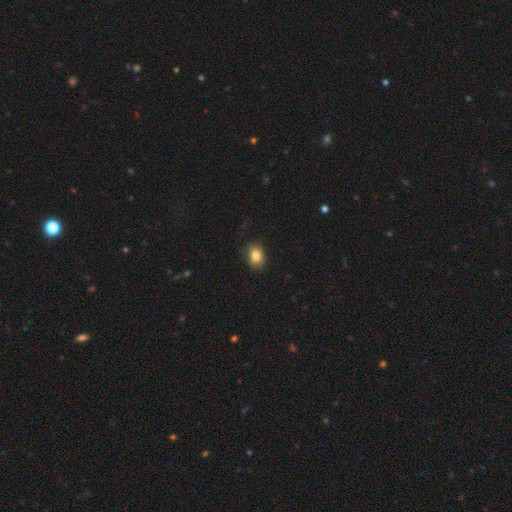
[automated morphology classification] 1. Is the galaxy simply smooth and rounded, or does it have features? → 84% smooth, 9% star or artifact, 6% featured or disk.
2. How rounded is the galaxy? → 65% in between, 33% round, 1% cigar-shaped.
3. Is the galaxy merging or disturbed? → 86% none, 11% minor disturbance, 2% major disturbance, 1% merger.